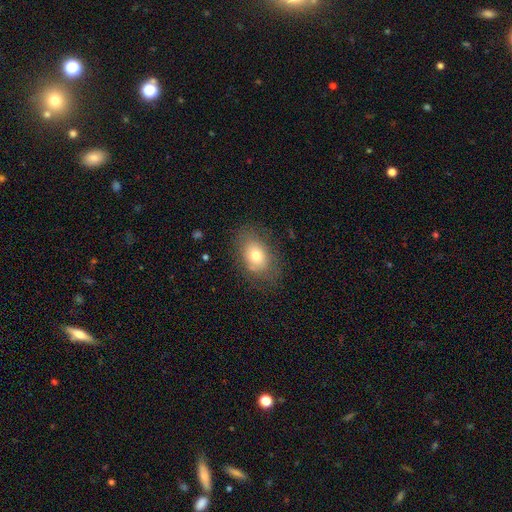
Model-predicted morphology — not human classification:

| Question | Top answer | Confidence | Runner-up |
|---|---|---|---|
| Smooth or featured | smooth | 73% | featured or disk (18%) |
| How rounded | in between | 79% | round (20%) |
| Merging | none | 76% | minor disturbance (16%) |